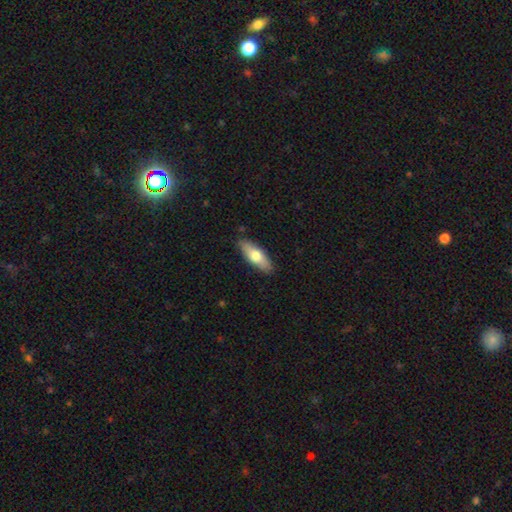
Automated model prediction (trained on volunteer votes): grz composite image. It shows a smooth galaxy with no disk features (68%) that is in between round and cigar-shaped (67%). Merging: none (86%).